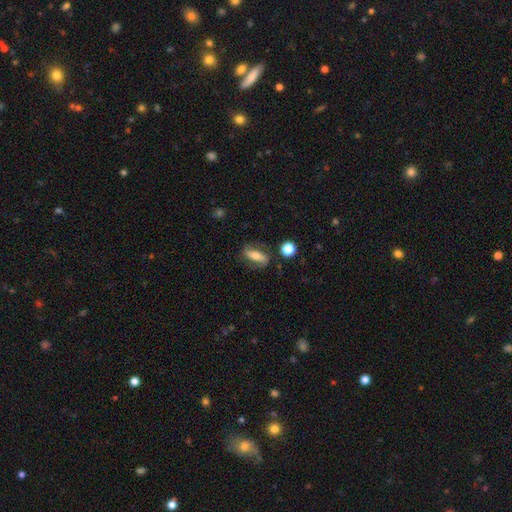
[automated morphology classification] Q: Smooth or featured?
A: featured or disk (48%); runner-up: smooth (44%)
Q: Merging?
A: none (73%); runner-up: minor disturbance (16%)